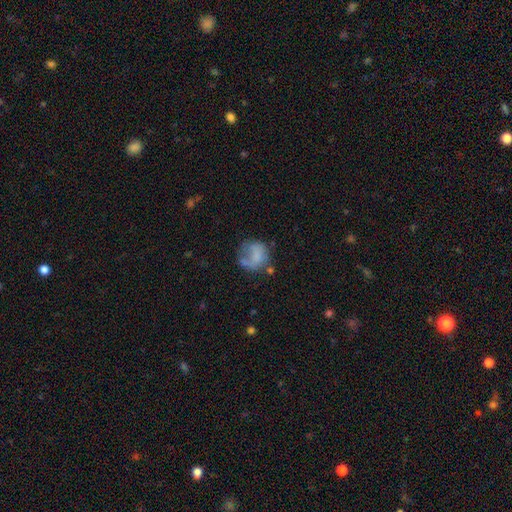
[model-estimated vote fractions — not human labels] Overall: smooth (58%; featured or disk 31%). How rounded: round (68%; in between 31%). Merging: none (37%; major disturbance 31%).